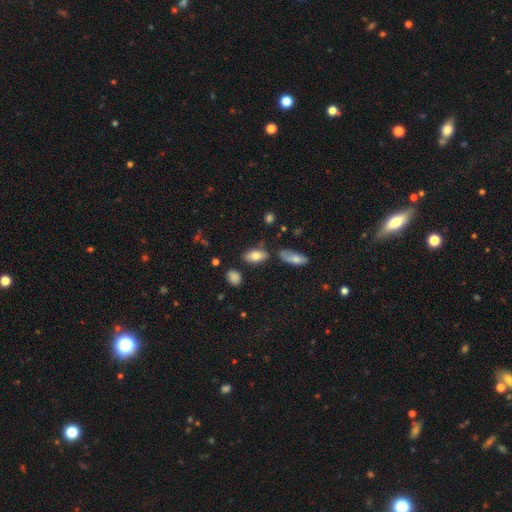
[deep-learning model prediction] smooth 78%, featured or disk 14%, star or artifact 8%. Down the decision tree: how rounded — in between (88%); merging — none (72%).